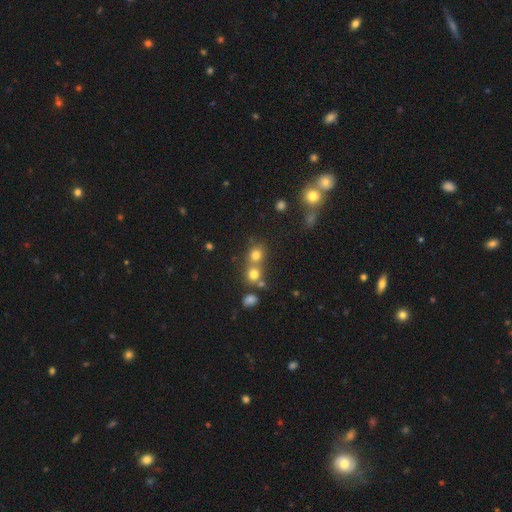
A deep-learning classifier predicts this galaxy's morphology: Smooth or featured? smooth (70%)
How rounded? round (81%)
Merging? none (47%)